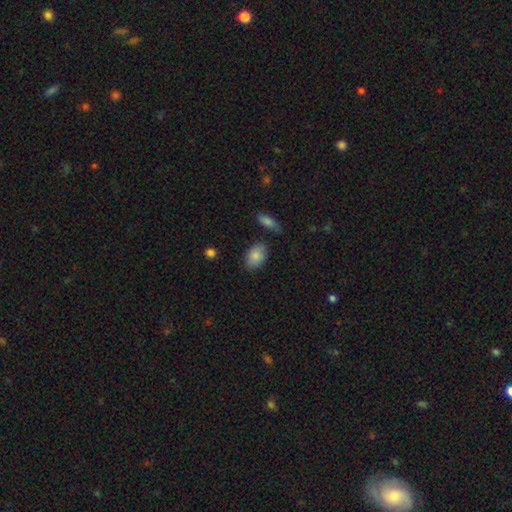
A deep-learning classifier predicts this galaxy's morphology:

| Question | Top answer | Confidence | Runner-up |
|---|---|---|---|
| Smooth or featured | smooth | 83% | featured or disk (10%) |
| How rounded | in between | 87% | round (12%) |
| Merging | none | 77% | minor disturbance (16%) |